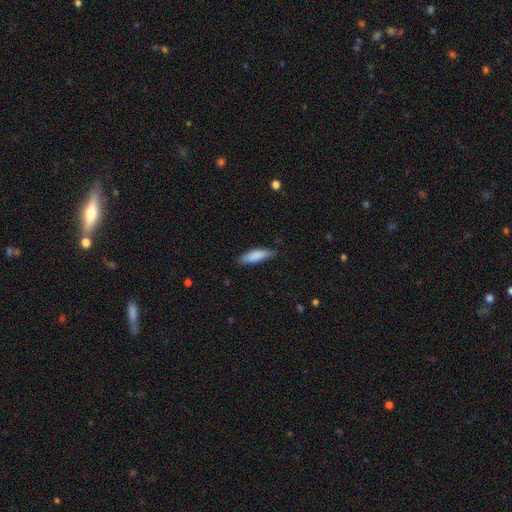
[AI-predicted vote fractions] smooth-or-featured: smooth: 84% | featured or disk: 10% | star or artifact: 5%
  how-rounded: cigar-shaped: 59% | in between: 39% | round: 1%
  merging: none: 82% | minor disturbance: 14% | major disturbance: 2% | merger: 1%